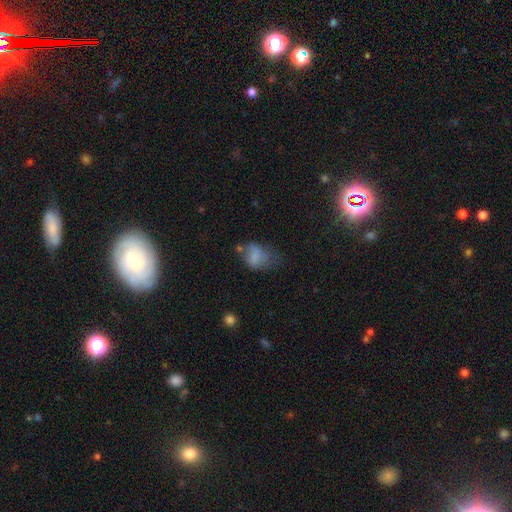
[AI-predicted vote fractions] Smooth or featured?
  - smooth: 70% *
  - featured or disk: 17%
  - star or artifact: 12%
How rounded?
  - in between: 75% *
  - round: 24%
  - cigar-shaped: 1%
Merging?
  - major disturbance: 31% * (tied)
  - minor disturbance: 31% * (tied)
  - none: 30%
  - merger: 7%